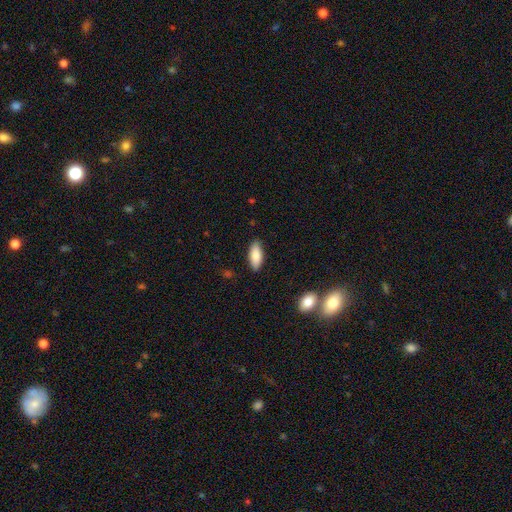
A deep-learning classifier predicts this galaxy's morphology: Q: Smooth or featured?
A: smooth (84%); runner-up: featured or disk (10%)
Q: How rounded?
A: in between (81%); runner-up: cigar-shaped (17%)
Q: Merging?
A: none (86%); runner-up: minor disturbance (11%)